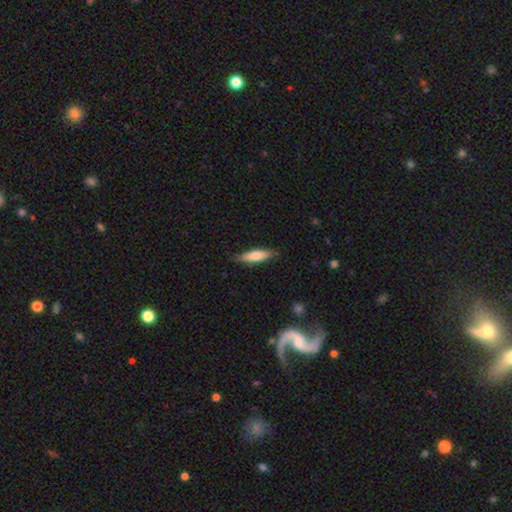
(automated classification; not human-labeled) Smooth or featured: smooth — 73% (featured or disk — 22%)
How rounded: cigar-shaped — 67% (in between — 32%)
Merging: none — 82% (minor disturbance — 15%)